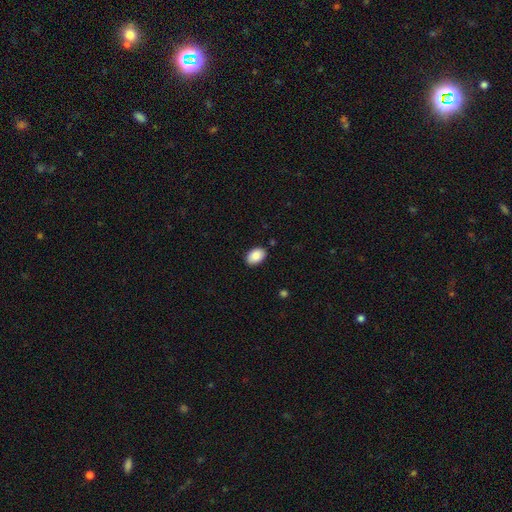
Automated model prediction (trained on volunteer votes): This appears to be a smooth galaxy with no disk features (90%) that is in between round and cigar-shaped (89%). Merging: none (87%).